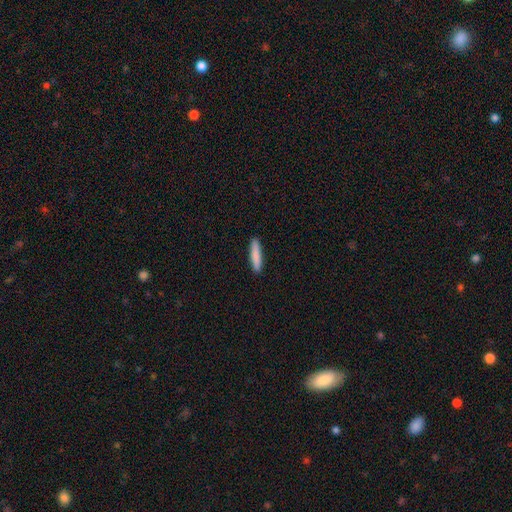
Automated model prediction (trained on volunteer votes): Morphology: type=smooth (84%); roundness=cigar-shaped (88%); merging=none (91%).